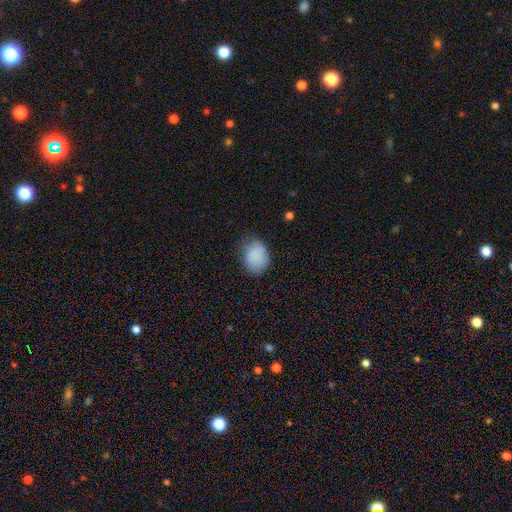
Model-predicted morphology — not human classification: This appears to be a smooth galaxy with no disk features (87%) that is in between round and cigar-shaped (62%). Merging: none (64%).